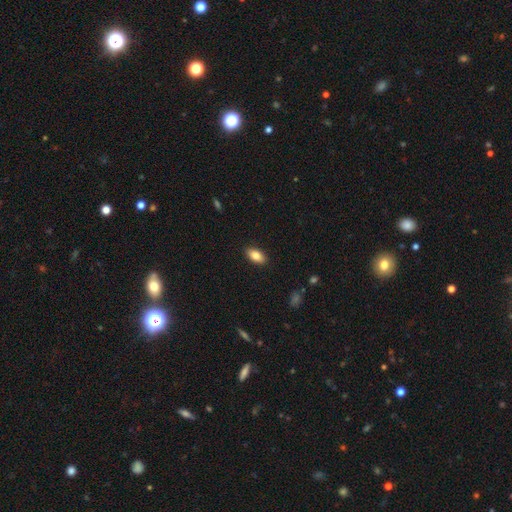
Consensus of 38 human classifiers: smooth 84%, featured or disk 8%, star or artifact 8%. Down the decision tree: how rounded — in between (97%); merging — none (86%).